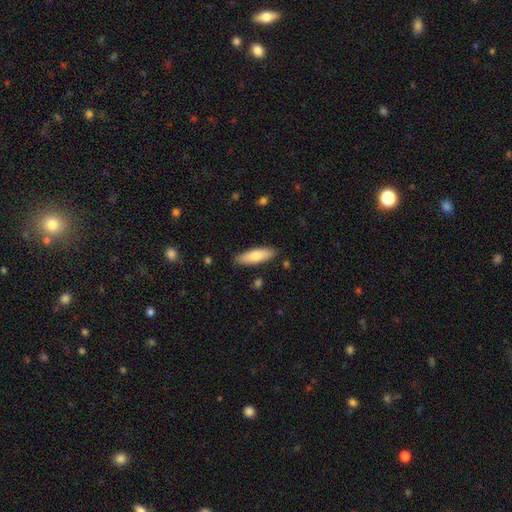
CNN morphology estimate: This appears to be a smooth galaxy with no disk features (76%) that is in between round and cigar-shaped (50%). Merging: none (87%).